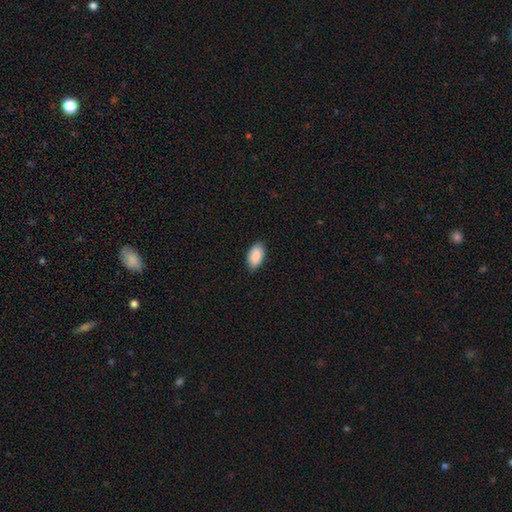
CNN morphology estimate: Smooth or featured? Predicted: smooth (p=0.90). How rounded? Predicted: in between (p=0.95). Merging? Predicted: none (p=0.84).